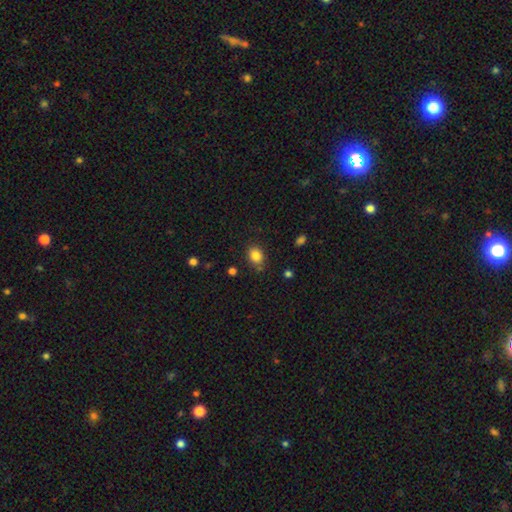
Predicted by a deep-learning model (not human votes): smooth 84%, star or artifact 10%, featured or disk 5%. Down the decision tree: how rounded — in between (59%); merging — none (79%).